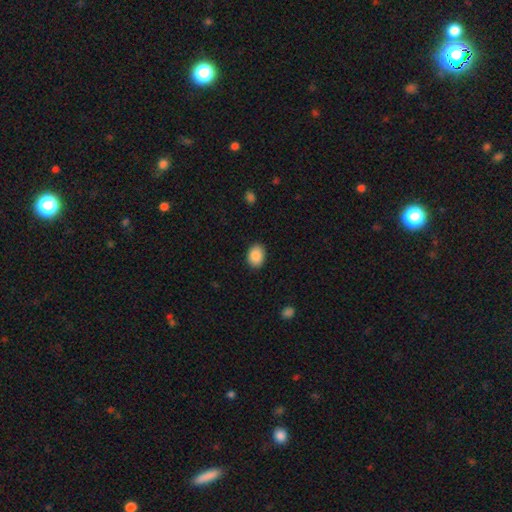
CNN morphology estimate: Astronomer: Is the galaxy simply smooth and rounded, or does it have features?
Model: smooth — 89%.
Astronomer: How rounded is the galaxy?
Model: in between — 68%.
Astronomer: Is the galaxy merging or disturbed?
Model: none — 88%.